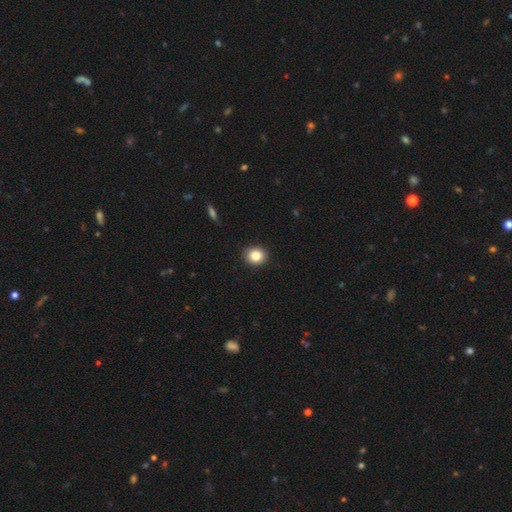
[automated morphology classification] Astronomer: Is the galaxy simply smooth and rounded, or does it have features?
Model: smooth — 84%.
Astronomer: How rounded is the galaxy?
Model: round — 73%.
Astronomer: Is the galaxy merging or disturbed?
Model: none — 91%.